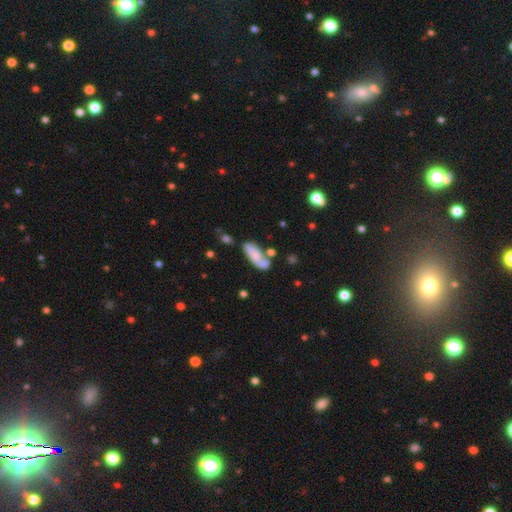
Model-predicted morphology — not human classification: This appears to be a smooth galaxy with no disk features (61%) that is in between round and cigar-shaped (73%). Merging: none (39%).